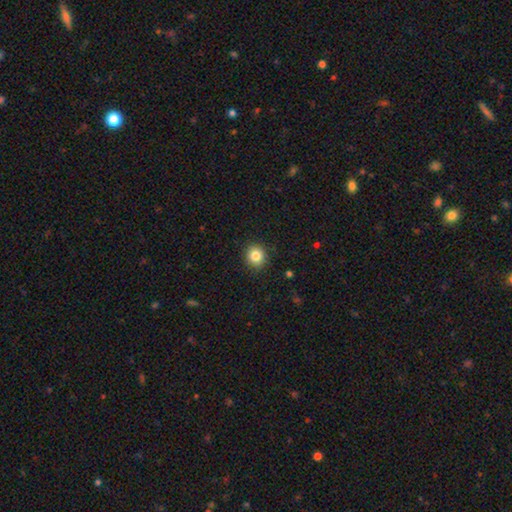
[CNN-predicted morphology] The model was most divided on "how rounded": round: 86%, in between: 14%, cigar-shaped: 1%. More confident: merging — none (90%); smooth or featured — smooth (84%).